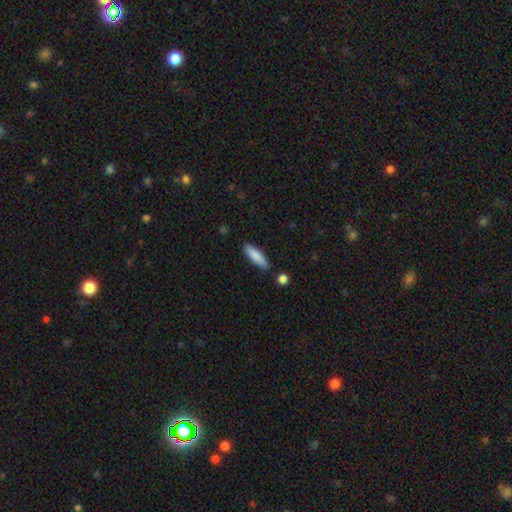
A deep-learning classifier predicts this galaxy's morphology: smooth_or_featured: smooth (p=0.85) [alt: featured or disk p=0.09]
how_rounded: cigar-shaped (p=0.61) [alt: in between p=0.38]
merging: none (p=0.83) [alt: minor disturbance p=0.12]